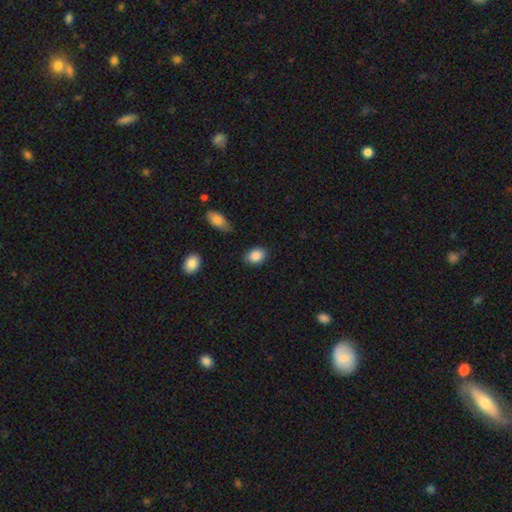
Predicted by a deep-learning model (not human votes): The model was most divided on "how rounded": in between: 67%, round: 32%, cigar-shaped: 1%. More confident: smooth or featured — smooth (87%); merging — none (83%).